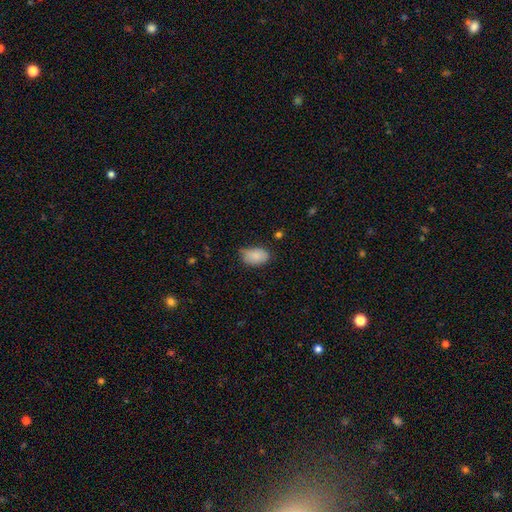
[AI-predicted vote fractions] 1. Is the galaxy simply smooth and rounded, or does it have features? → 86% smooth, 7% star or artifact, 7% featured or disk.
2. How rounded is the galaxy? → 90% in between, 9% round, 1% cigar-shaped.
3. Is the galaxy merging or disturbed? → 60% none, 32% minor disturbance, 5% major disturbance, 2% merger.